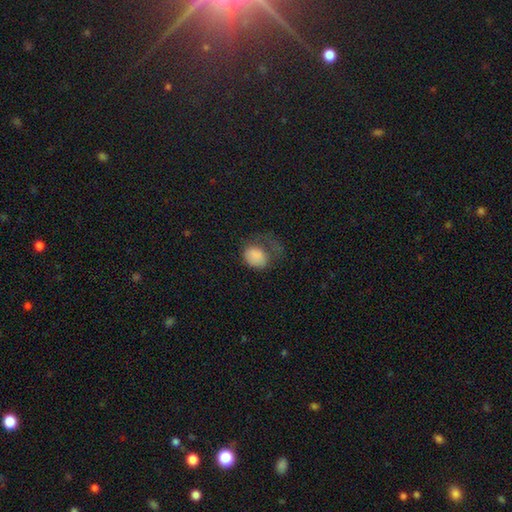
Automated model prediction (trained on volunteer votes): Smooth or featured: smooth — 78% (featured or disk — 13%)
How rounded: in between — 56% (round — 43%)
Merging: major disturbance — 47% (none — 27%)